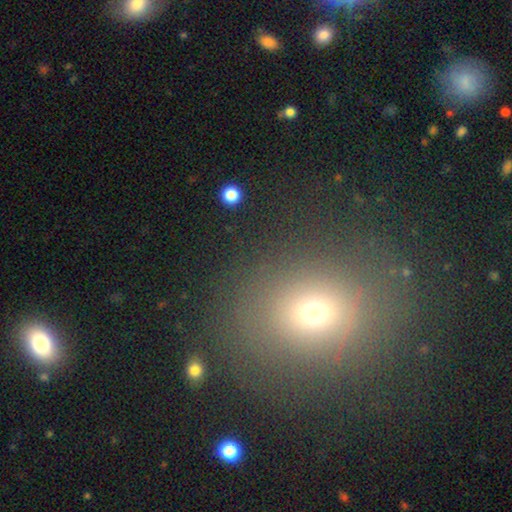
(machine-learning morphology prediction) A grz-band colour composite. It shows a smooth galaxy with no disk features (62%) that is round (69%). Merging: none (80%).